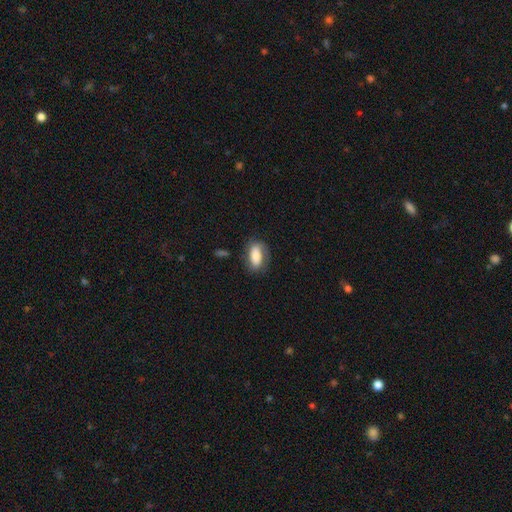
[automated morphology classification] A smooth galaxy with no disk features (71%) that is in between round and cigar-shaped (86%).

Vote fractions:
- Smooth or featured? smooth: 71% / featured or disk: 21% / star or artifact: 7%
- How rounded? in between: 86% / cigar-shaped: 9% / round: 5%
- Merging? none: 68% / minor disturbance: 21% / major disturbance: 8% / merger: 2%